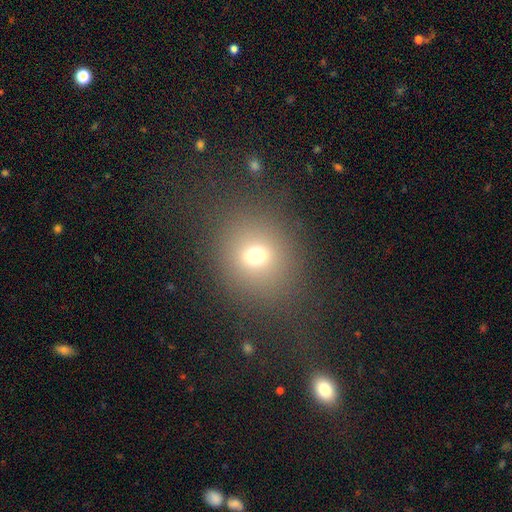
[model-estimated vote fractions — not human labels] Smooth or featured? Predicted: smooth (p=0.69). How rounded? Predicted: round (p=0.77). Merging? Predicted: none (p=0.82).